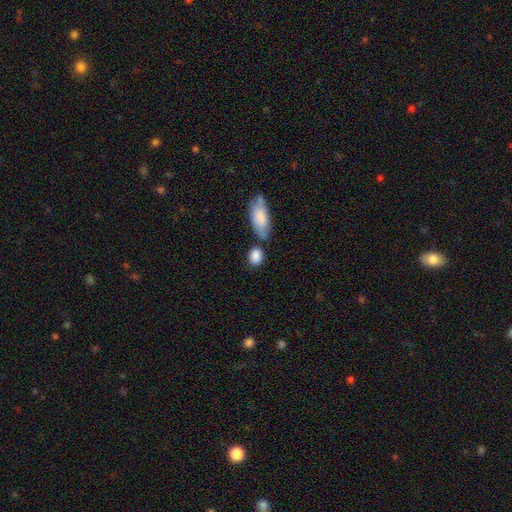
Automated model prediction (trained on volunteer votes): smooth-or-featured: smooth: 87% | featured or disk: 7% | star or artifact: 7%
  how-rounded: in between: 66% | round: 30% | cigar-shaped: 4%
  merging: none: 59% | merger: 19% | minor disturbance: 17% | major disturbance: 5%